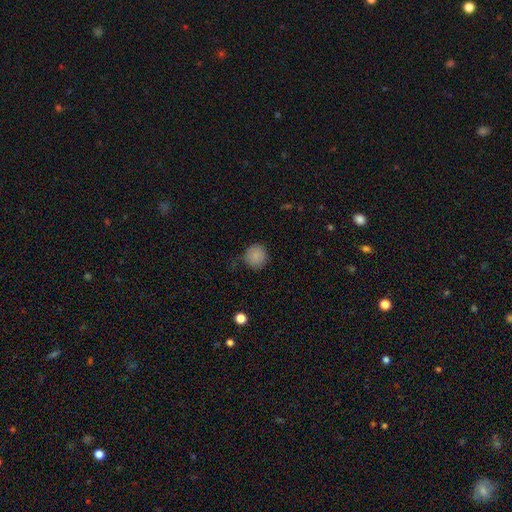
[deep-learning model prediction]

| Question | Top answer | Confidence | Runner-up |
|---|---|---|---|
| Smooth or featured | smooth | 85% | star or artifact (10%) |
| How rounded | round | 90% | in between (9%) |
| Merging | none | 77% | minor disturbance (18%) |